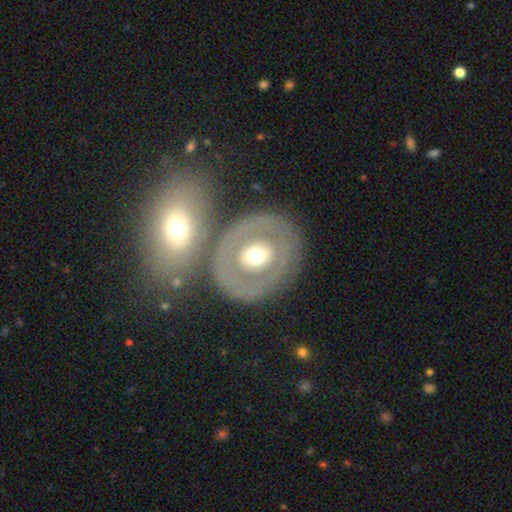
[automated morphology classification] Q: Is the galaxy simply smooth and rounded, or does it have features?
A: featured or disk — 55%.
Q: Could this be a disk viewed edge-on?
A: no — 94%.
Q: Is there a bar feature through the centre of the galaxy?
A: no — 82%.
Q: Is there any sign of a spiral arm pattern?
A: no — 83%.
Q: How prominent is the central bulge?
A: moderate — 68%.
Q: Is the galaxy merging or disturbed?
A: none — 65%.